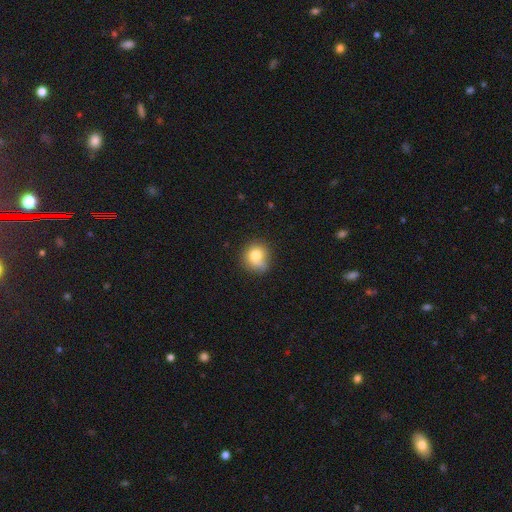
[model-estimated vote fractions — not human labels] A smooth galaxy with no disk features (78%) that is round (84%).

Vote fractions:
- Smooth or featured? smooth: 78% / featured or disk: 11% / star or artifact: 11%
- How rounded? round: 84% / in between: 15% / cigar-shaped: 1%
- Merging? none: 61% / minor disturbance: 24% / merger: 7% / major disturbance: 7%